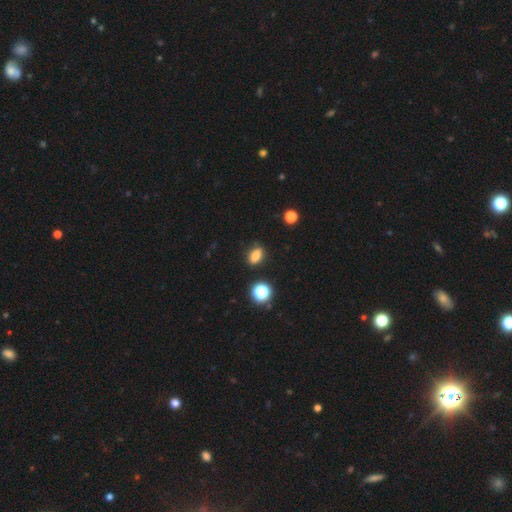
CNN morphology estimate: This appears to be a smooth galaxy with no disk features (81%) that is in between round and cigar-shaped (78%). Merging: none (83%).